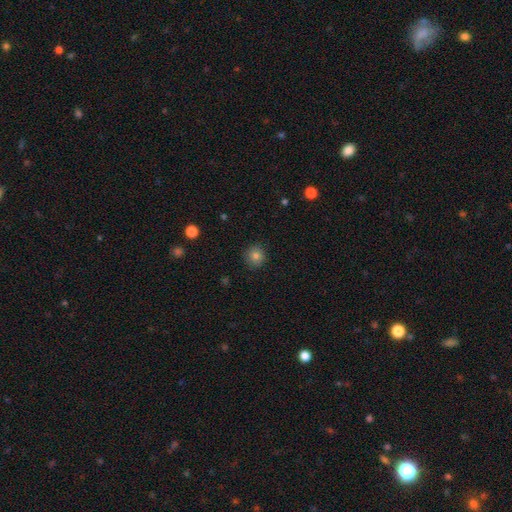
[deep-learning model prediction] This is clearly a smooth galaxy (82%). How rounded: clearly round (93%). Merging: clearly none (91%).